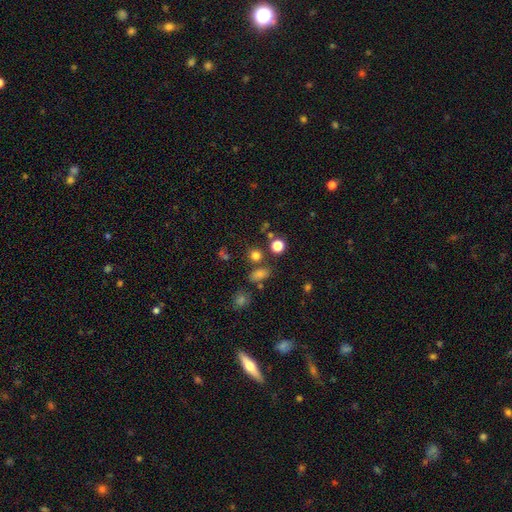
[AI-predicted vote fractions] Smooth or featured?
  - smooth: 75% *
  - star or artifact: 18%
  - featured or disk: 6%
How rounded?
  - round: 75% *
  - in between: 24%
  - cigar-shaped: 1%
Merging?
  - none: 73% *
  - merger: 14%
  - minor disturbance: 9%
  - major disturbance: 4%